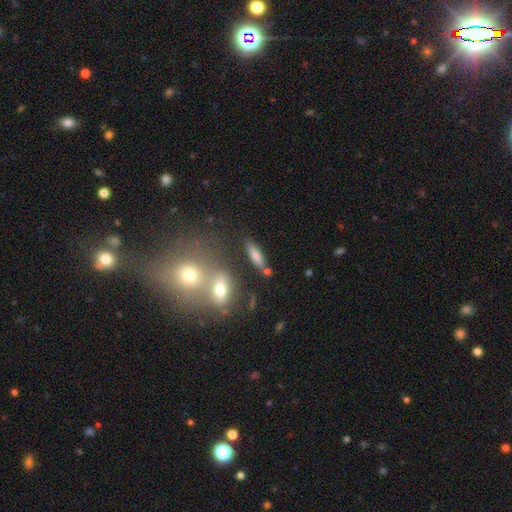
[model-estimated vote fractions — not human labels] Smooth or featured: smooth — 75% (featured or disk — 16%)
How rounded: cigar-shaped — 52% (in between — 43%)
Merging: none — 68% (merger — 14%)